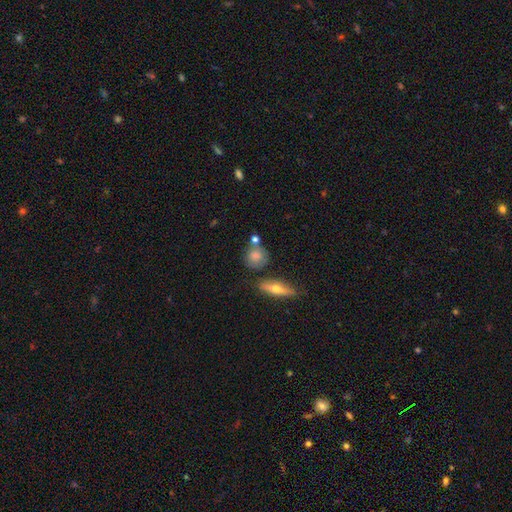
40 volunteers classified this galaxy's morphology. This is clearly a smooth galaxy (80%). How rounded: clearly round (84%). Merging: possibly none (59%).